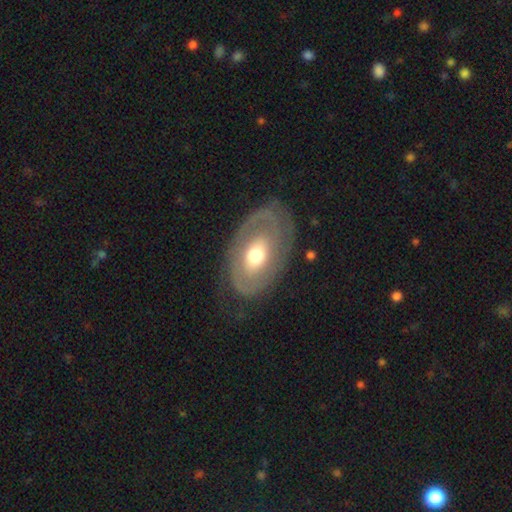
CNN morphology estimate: This is likely a featured or disk galaxy (62%). It is clearly not viewed edge-on (92%). Bar: likely no (75%). Spiral arm pattern: possibly no (51%). Central bulge: likely moderate (67%). Merging: likely none (68%).